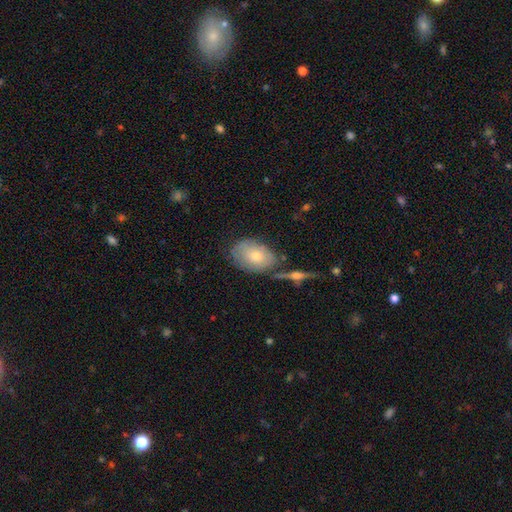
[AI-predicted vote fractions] Smooth or featured? Predicted: smooth (p=0.58). How rounded? Predicted: in between (p=0.83). Merging? Predicted: none (p=0.60).